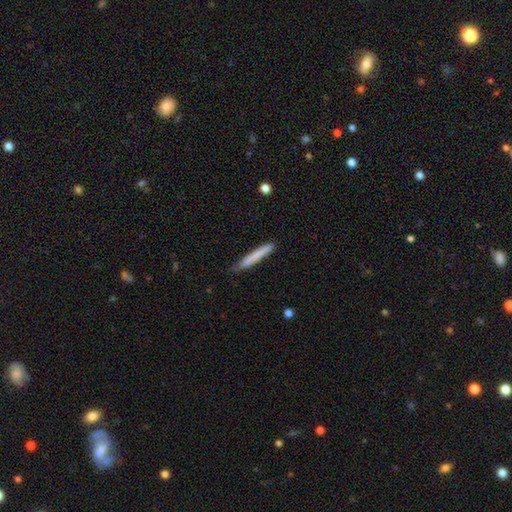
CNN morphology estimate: This is likely a smooth galaxy (75%). How rounded: clearly cigar-shaped (96%). Merging: clearly none (85%).